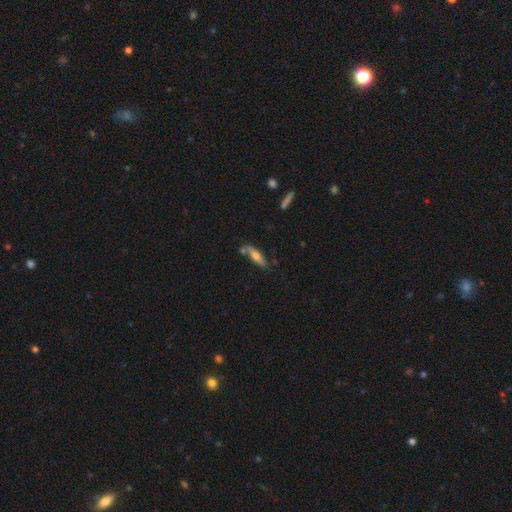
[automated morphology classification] This appears to be a smooth galaxy with no disk features (60%) that is cigar-shaped (66%). Merging: none (66%).